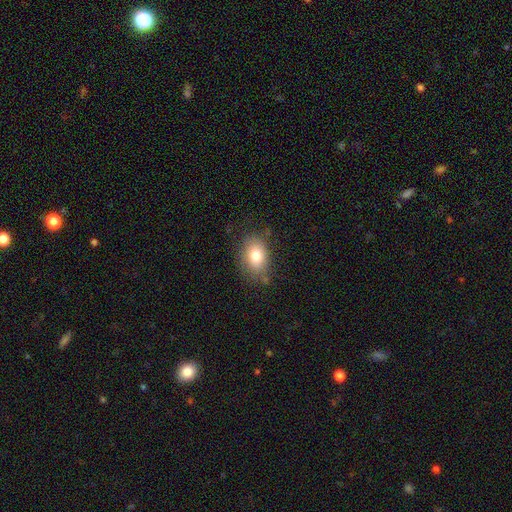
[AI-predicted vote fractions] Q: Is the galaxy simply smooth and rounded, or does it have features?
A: smooth — 81%.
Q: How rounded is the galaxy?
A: in between — 81%.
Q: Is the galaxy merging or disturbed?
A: none — 73%.